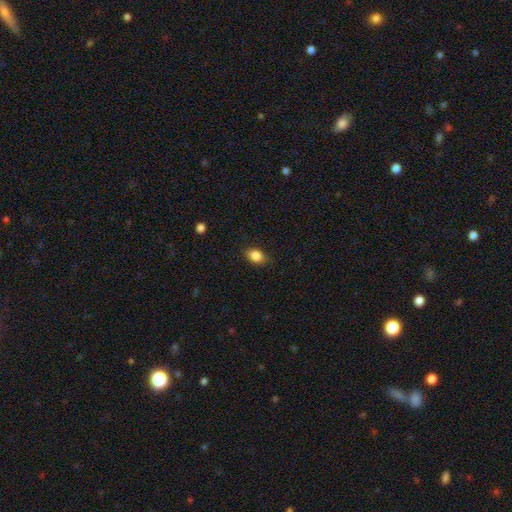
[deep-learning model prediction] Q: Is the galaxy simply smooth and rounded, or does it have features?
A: smooth — 86%.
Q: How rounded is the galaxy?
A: in between — 76%.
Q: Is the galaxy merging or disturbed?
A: none — 85%.